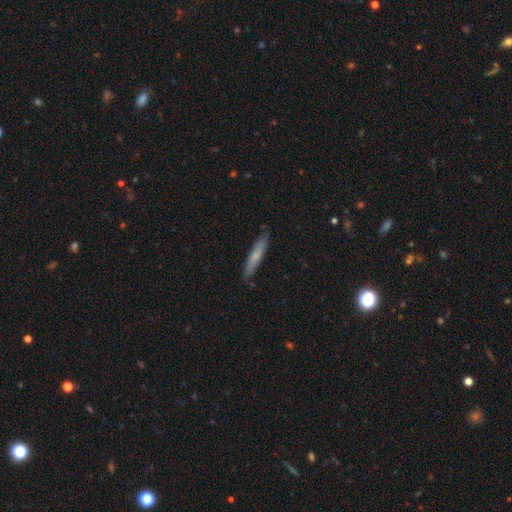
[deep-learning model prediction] Morphology: type=smooth (64%); roundness=cigar-shaped (90%); merging=none (82%).